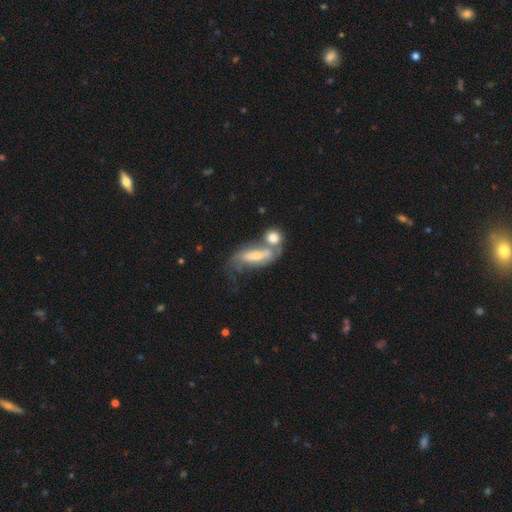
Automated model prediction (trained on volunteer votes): A featured or disk galaxy (55%). Merging: merger (51%).